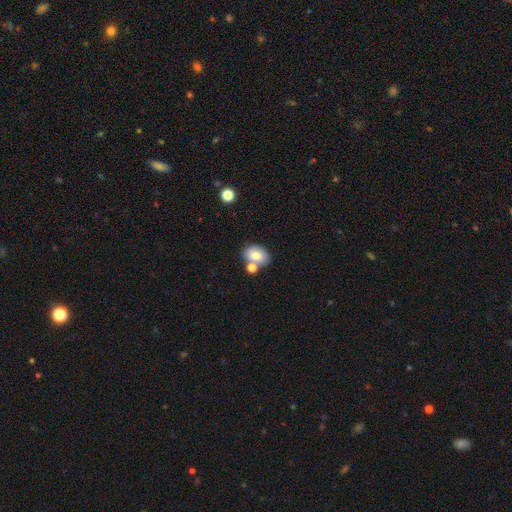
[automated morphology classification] This is likely a smooth galaxy (77%). How rounded: likely in between (75%). Merging: possibly none (53%).